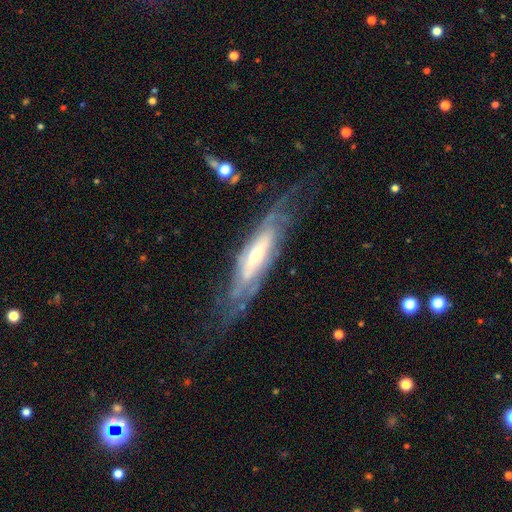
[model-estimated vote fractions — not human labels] smooth-or-featured: featured or disk: 79% | smooth: 15% | star or artifact: 6%
  disk-edge-on: no: 67% | yes: 33%
    bar: no: 48% | weak: 31% | strong: 21%
    has-spiral-arms: yes: 86% | no: 14%
    bulge-size: small: 50% | moderate: 36% | large: 8% | none: 4% | dominant: 2%
  merging: none: 61% | minor disturbance: 21% | major disturbance: 16% | merger: 2%